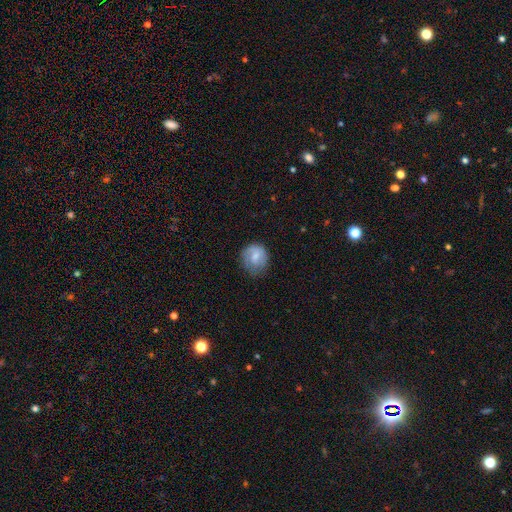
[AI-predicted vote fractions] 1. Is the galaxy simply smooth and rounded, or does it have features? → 60% smooth, 33% featured or disk, 7% star or artifact.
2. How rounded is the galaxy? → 77% round, 22% in between, 1% cigar-shaped.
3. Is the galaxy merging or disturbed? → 66% none, 24% minor disturbance, 9% major disturbance, 1% merger.